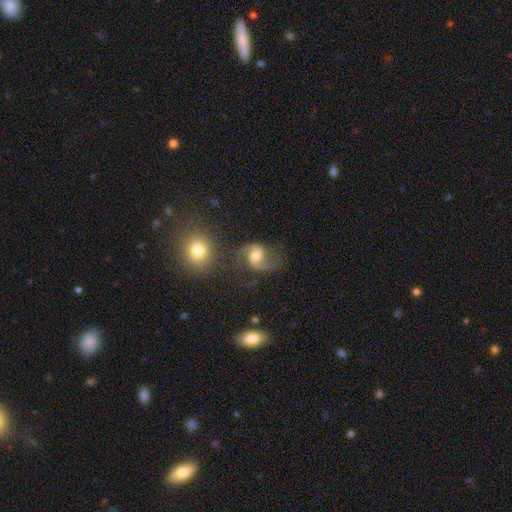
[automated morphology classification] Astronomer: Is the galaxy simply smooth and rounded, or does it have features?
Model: featured or disk — 76%.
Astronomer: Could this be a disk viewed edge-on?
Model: no — 98%.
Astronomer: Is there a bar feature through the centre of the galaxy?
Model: weak — 49% (runner-up: no, 37%).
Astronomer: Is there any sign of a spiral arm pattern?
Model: yes — 94%.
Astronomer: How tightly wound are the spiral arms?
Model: loose — 56% (runner-up: medium, 37%).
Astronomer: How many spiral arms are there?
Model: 2 — 91%.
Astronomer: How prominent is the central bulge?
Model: moderate — 56%.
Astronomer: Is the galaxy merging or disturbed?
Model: none — 59%.